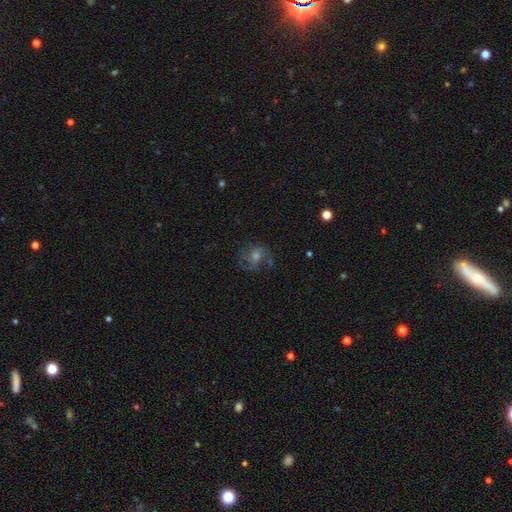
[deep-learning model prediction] Smooth or featured? Predicted: featured or disk (p=0.63). Edge-on disk? Predicted: no (p=0.97). Bar? Predicted: no (p=0.68). Spiral arms? Predicted: yes (p=0.87). Spiral winding? Predicted: medium (p=0.51). Spiral arm count? Predicted: 2 (p=0.40). Bulge size? Predicted: moderate (p=0.56). Merging? Predicted: none (p=0.68).